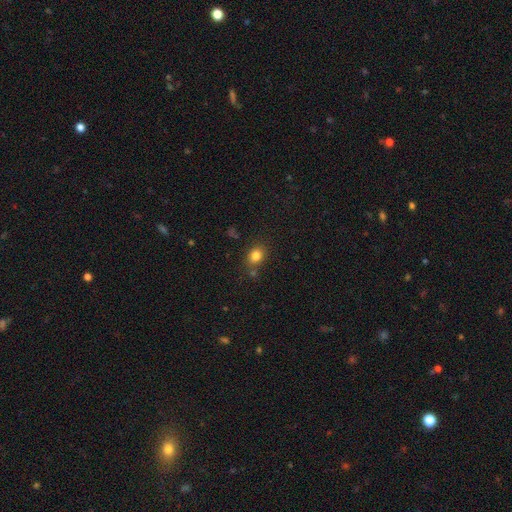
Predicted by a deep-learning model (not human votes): smooth-or-featured: smooth: 82% | star or artifact: 12% | featured or disk: 7%
  how-rounded: round: 52% | in between: 47% | cigar-shaped: 1%
  merging: none: 75% | minor disturbance: 13% | merger: 8% | major disturbance: 4%